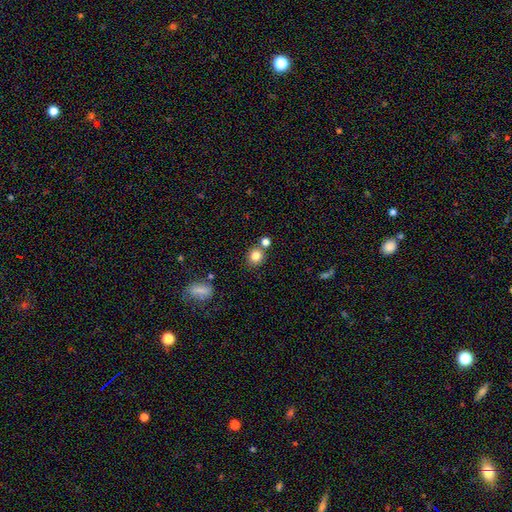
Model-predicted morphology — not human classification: This is clearly a smooth galaxy (82%). How rounded: clearly round (81%). Merging: likely none (71%).